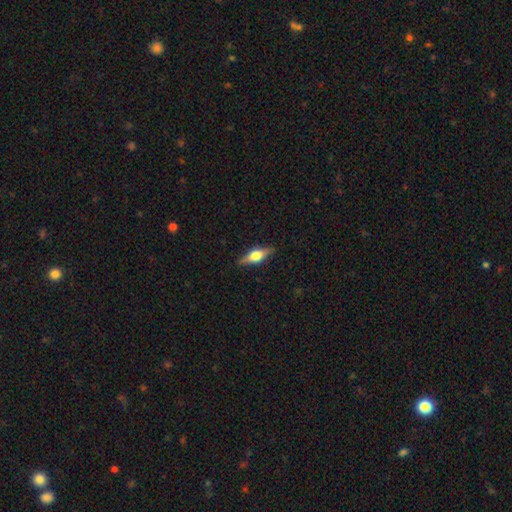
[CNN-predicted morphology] smooth-or-featured: featured or disk: 57% | smooth: 36% | star or artifact: 7%
  disk-edge-on: yes: 95% | no: 5%
    edge-on-bulge: rounded: 91% | boxy: 7% | none: 1%
  merging: none: 87% | minor disturbance: 10% | major disturbance: 2% | merger: 1%